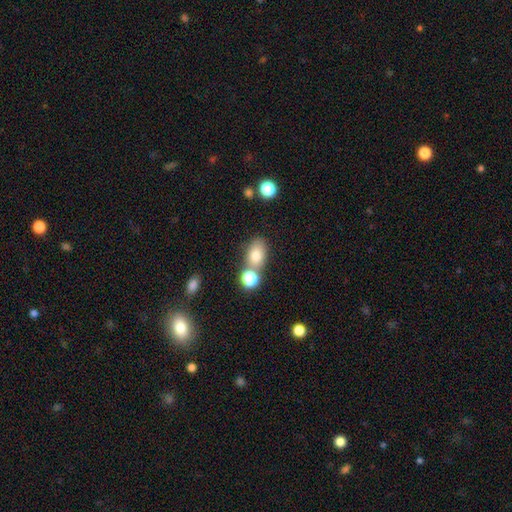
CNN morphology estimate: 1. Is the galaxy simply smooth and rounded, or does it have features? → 78% smooth, 12% featured or disk, 11% star or artifact.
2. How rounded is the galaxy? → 79% in between, 19% round, 2% cigar-shaped.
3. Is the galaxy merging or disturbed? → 57% none, 25% merger, 13% minor disturbance, 5% major disturbance.